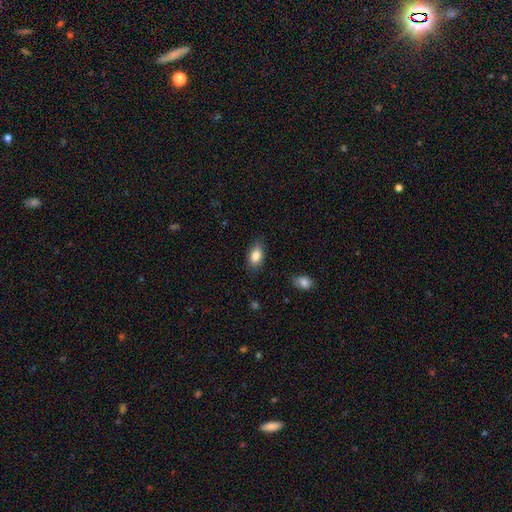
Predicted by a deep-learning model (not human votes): Smooth or featured?
  - smooth: 84% *
  - featured or disk: 9%
  - star or artifact: 7%
How rounded?
  - in between: 89% *
  - round: 8%
  - cigar-shaped: 2%
Merging?
  - none: 83% *
  - minor disturbance: 13%
  - major disturbance: 3%
  - merger: 1%